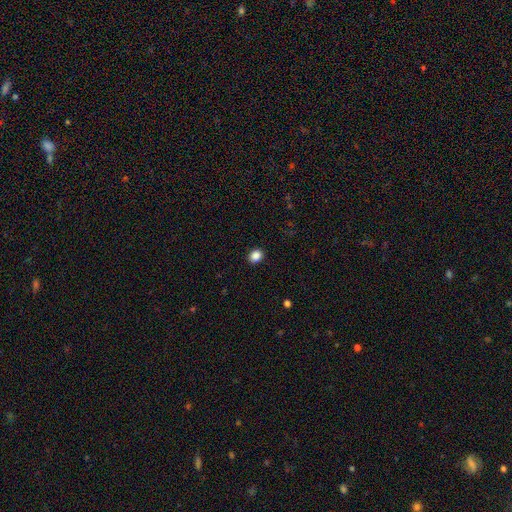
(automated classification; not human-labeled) This is clearly a smooth galaxy (87%). How rounded: possibly round (55%). Merging: clearly none (91%).